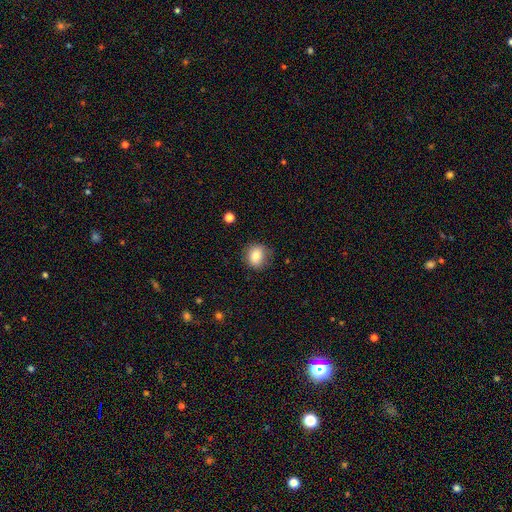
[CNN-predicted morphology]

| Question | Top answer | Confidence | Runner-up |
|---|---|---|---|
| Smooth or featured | smooth | 80% | featured or disk (11%) |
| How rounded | round | 74% | in between (25%) |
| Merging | none | 77% | minor disturbance (17%) |